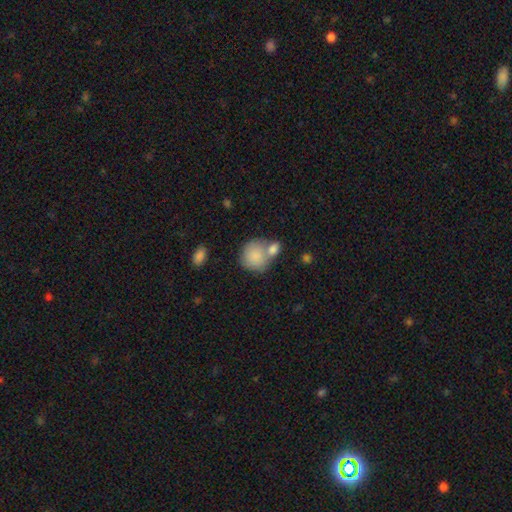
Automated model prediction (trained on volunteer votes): Smooth or featured? Predicted: smooth (p=0.84). How rounded? Predicted: round (p=0.77). Merging? Predicted: merger (p=0.43).